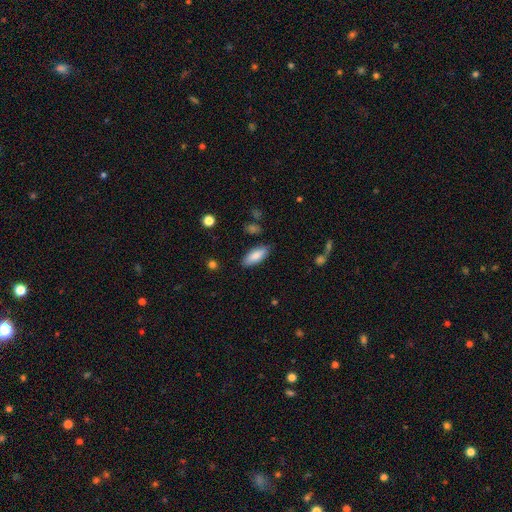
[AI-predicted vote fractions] A smooth galaxy with no disk features (85%) that is in between round and cigar-shaped (81%). Merging: none (83%).